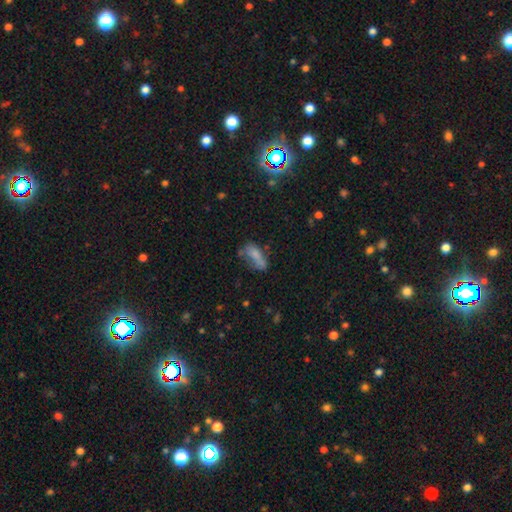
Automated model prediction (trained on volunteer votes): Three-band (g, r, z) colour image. It shows a smooth galaxy with no disk features (71%) that is in between round and cigar-shaped (75%). Merging: none (42%).